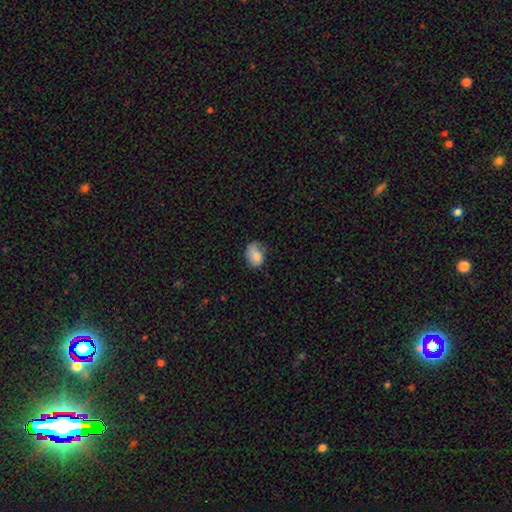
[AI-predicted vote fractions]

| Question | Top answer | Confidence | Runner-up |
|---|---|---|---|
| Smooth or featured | smooth | 82% | featured or disk (10%) |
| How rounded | in between | 76% | round (23%) |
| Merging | none | 56% | minor disturbance (33%) |